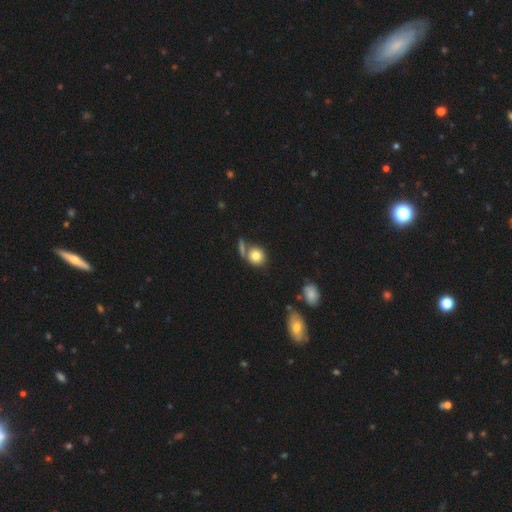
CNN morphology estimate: type=smooth (80%); roundness=round (80%); merging=none (65%).